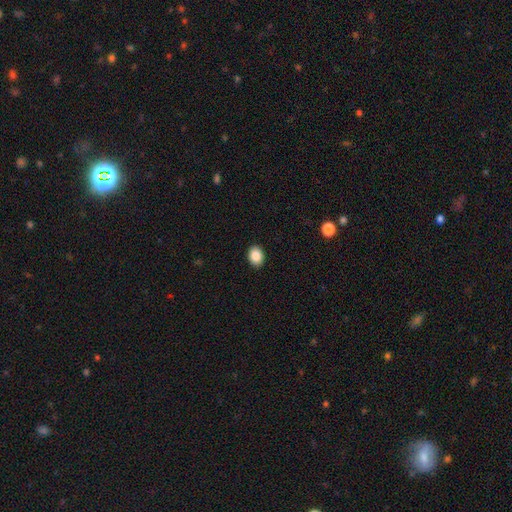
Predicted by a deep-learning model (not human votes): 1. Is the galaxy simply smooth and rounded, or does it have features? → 88% smooth, 8% star or artifact, 4% featured or disk.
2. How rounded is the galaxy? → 67% in between, 32% round, 1% cigar-shaped.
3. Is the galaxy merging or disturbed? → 91% none, 7% minor disturbance, 2% major disturbance, 1% merger.